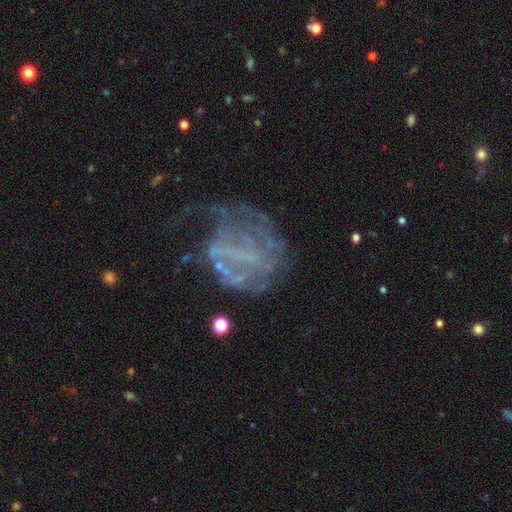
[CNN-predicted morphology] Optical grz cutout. It shows a featured or disk galaxy (67%) with no bar (55%), no spiral arms (62%) and no central bulge (66%). Merging: major disturbance (45%).